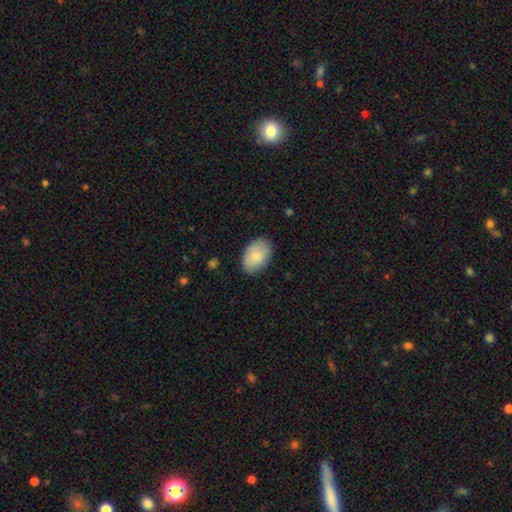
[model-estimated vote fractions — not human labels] Smooth or featured?
  - smooth: 82% *
  - featured or disk: 12%
  - star or artifact: 6%
How rounded?
  - in between: 89% *
  - round: 10%
  - cigar-shaped: 1%
Merging?
  - none: 83% *
  - minor disturbance: 13%
  - major disturbance: 3%
  - merger: 1%